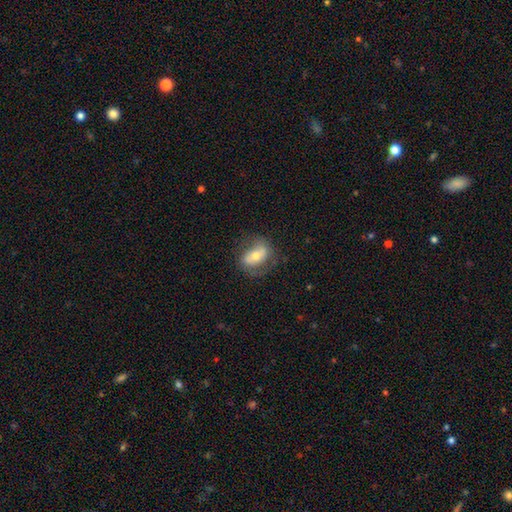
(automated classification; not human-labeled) A featured or disk galaxy (50%).

Vote fractions:
- Smooth or featured? featured or disk: 50% / smooth: 41% / star or artifact: 9%
- Edge-on disk? no: 91% / yes: 9%
- Merging? none: 69% / minor disturbance: 20% / major disturbance: 10% / merger: 2%